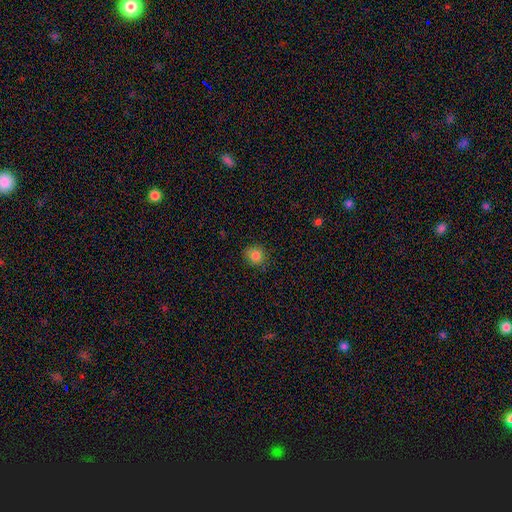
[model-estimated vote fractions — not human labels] Smooth or featured? Predicted: smooth (p=0.83). How rounded? Predicted: round (p=0.85). Merging? Predicted: none (p=0.86).